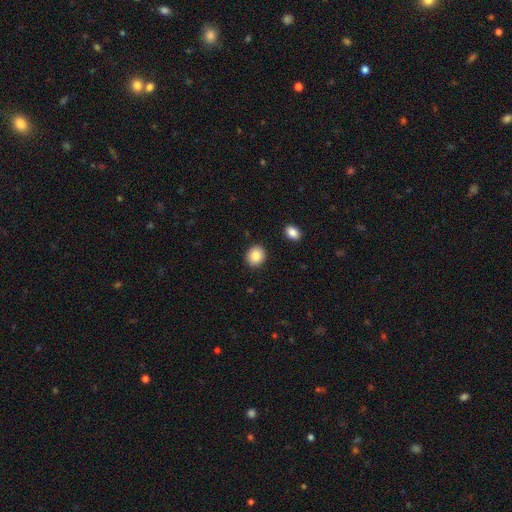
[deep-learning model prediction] A smooth galaxy with no disk features (87%) that is round (78%). Merging: none (90%).